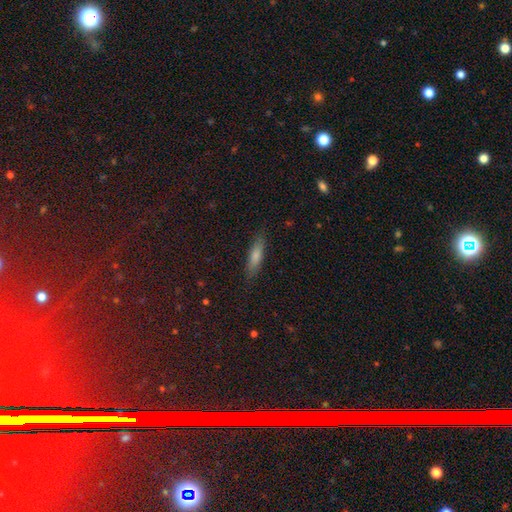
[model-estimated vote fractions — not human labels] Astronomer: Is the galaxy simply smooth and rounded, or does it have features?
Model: smooth — 76%.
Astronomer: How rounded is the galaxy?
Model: cigar-shaped — 66%.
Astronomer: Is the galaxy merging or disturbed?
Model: none — 85%.